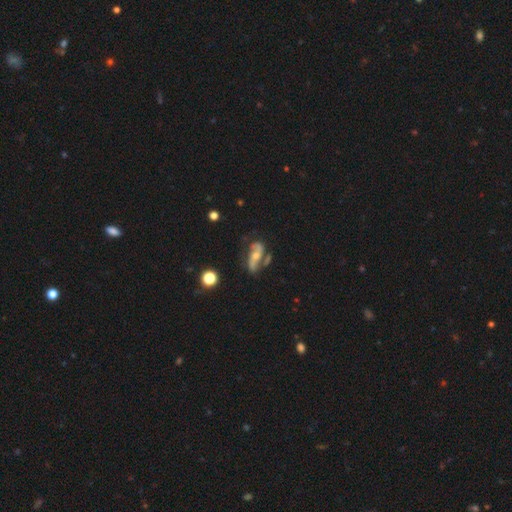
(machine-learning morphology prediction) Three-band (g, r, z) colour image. It shows a featured or disk galaxy (72%) with no bar (54%), 2 (84%) loose (51%) spiral arms (85%) and a moderate central bulge (55%). Merging: none (47%).